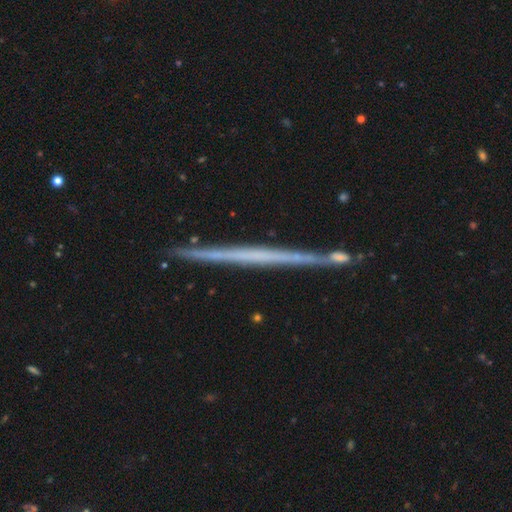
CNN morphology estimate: smooth_or_featured: featured or disk (p=0.67) [alt: smooth p=0.25]
disk_edge_on: yes (p=0.97) [alt: no p=0.03]
edge_on_bulge: none (p=0.92) [alt: rounded p=0.05]
merging: none (p=0.85) [alt: minor disturbance p=0.09]